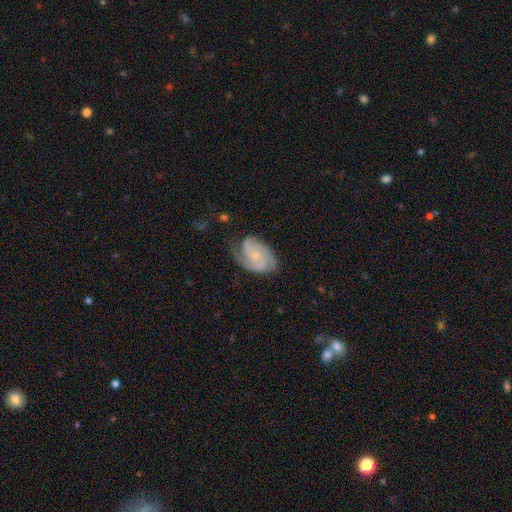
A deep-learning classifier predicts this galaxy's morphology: Smooth or featured? featured or disk (84%)
Edge-on disk? no (98%)
Bar? no (70%)
Spiral arms? yes (97%)
Spiral winding? tight (48%)
Spiral arm count? 2 (39%)
Bulge size? small (68%)
Merging? none (67%)